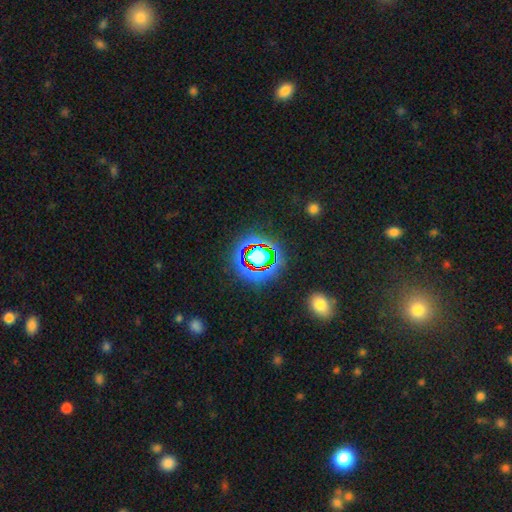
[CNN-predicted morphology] This is likely a star or artifact rather than a galaxy (77%).